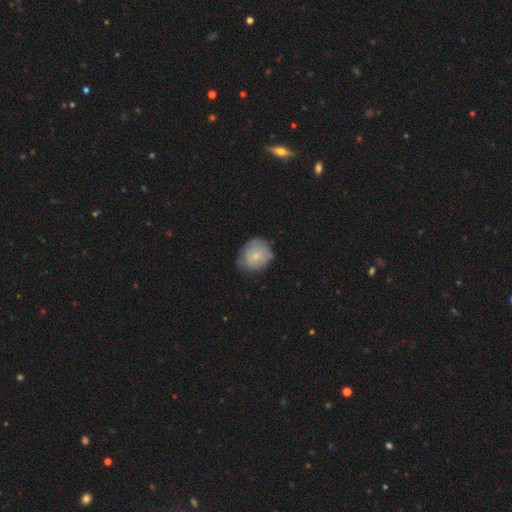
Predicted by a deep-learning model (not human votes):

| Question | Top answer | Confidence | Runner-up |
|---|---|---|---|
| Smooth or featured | smooth | 69% | featured or disk (23%) |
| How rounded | round | 70% | in between (29%) |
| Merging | none | 61% | minor disturbance (30%) |